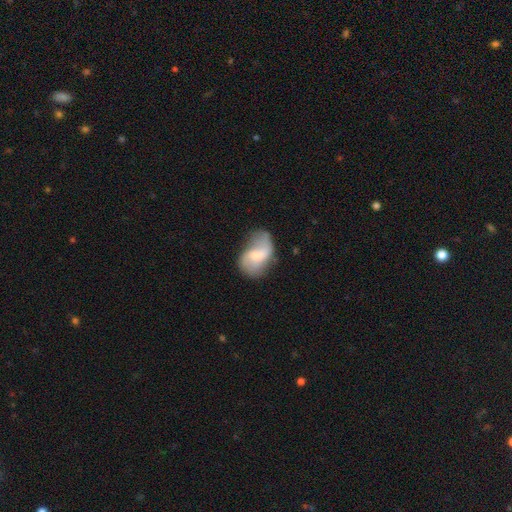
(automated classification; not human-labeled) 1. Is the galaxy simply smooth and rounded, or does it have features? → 60% featured or disk, 33% smooth, 7% star or artifact.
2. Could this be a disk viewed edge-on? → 96% no, 4% yes.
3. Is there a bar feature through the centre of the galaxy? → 44% weak, 42% no, 15% strong.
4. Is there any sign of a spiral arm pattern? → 79% yes, 21% no.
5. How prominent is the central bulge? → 47% small, 45% moderate, 3% none, 3% large, 1% dominant.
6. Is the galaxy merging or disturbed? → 45% none, 32% minor disturbance, 18% major disturbance, 5% merger.